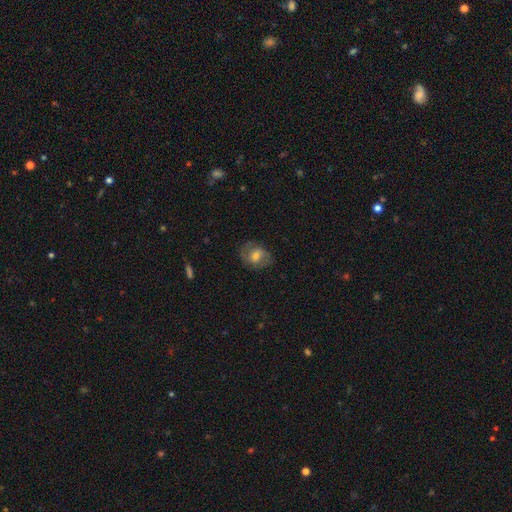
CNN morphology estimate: Smooth or featured? Predicted: smooth (p=0.49). Merging? Predicted: none (p=0.73).